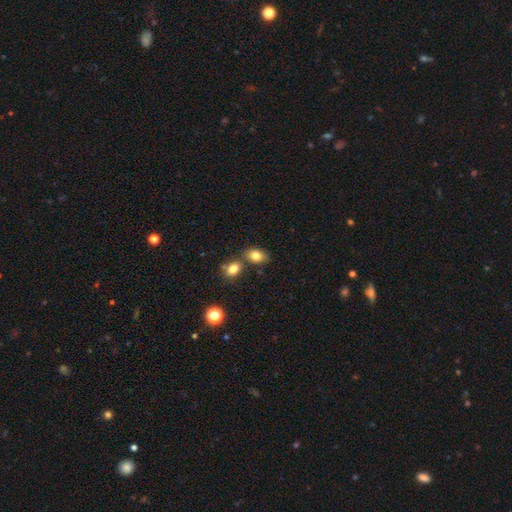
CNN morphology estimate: The model was most divided on "merging": none: 61%, merger: 24%, minor disturbance: 12%, major disturbance: 3%. More confident: smooth or featured — smooth (82%); how rounded — in between (81%).